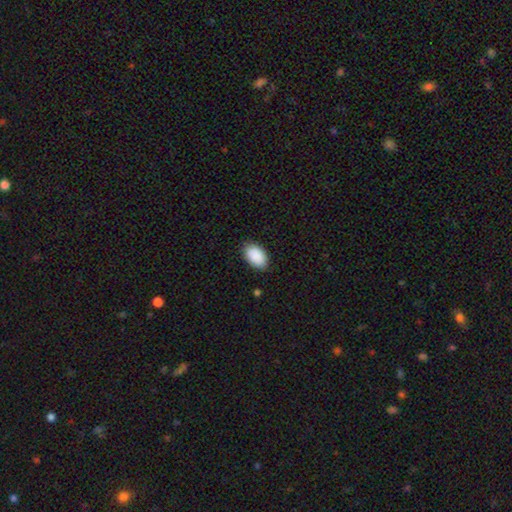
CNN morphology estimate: Overall: smooth (91%). How rounded: in between (94%). Merging: none (86%).